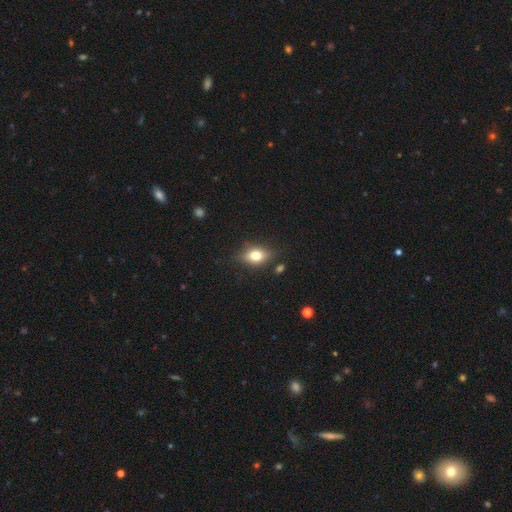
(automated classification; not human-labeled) smooth-or-featured: smooth: 73% | featured or disk: 17% | star or artifact: 10%
  how-rounded: in between: 72% | round: 24% | cigar-shaped: 4%
  merging: none: 78% | minor disturbance: 15% | major disturbance: 4% | merger: 3%